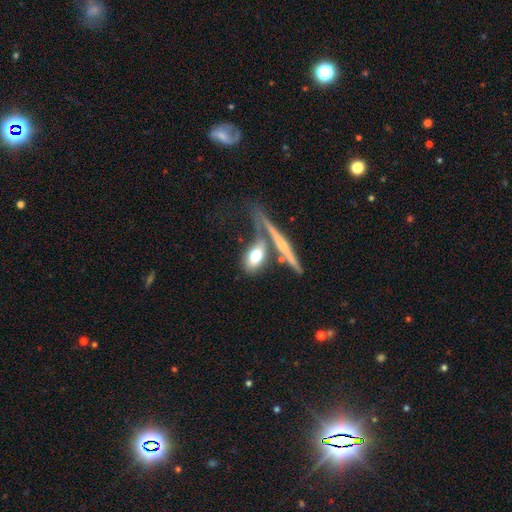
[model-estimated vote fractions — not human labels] smooth-or-featured: smooth: 64% | featured or disk: 28% | star or artifact: 7%
  how-rounded: in between: 70% | cigar-shaped: 20% | round: 10%
  merging: none: 50% | merger: 25% | minor disturbance: 16% | major disturbance: 9%